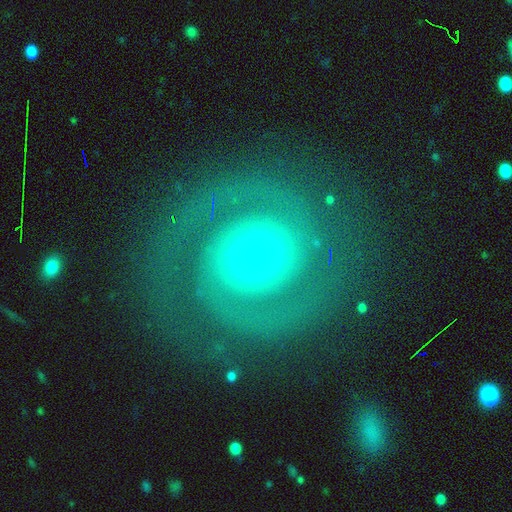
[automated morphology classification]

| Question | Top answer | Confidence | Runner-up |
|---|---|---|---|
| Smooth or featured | featured or disk | 86% | smooth (8%) |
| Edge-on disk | no | 98% | yes (2%) |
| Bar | no | 82% | weak (13%) |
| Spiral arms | yes | 94% | no (6%) |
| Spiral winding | tight | 71% | medium (23%) |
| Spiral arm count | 2 | 85% | can't tell (5%) |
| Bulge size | small | 51% | moderate (43%) |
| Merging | none | 82% | minor disturbance (10%) |